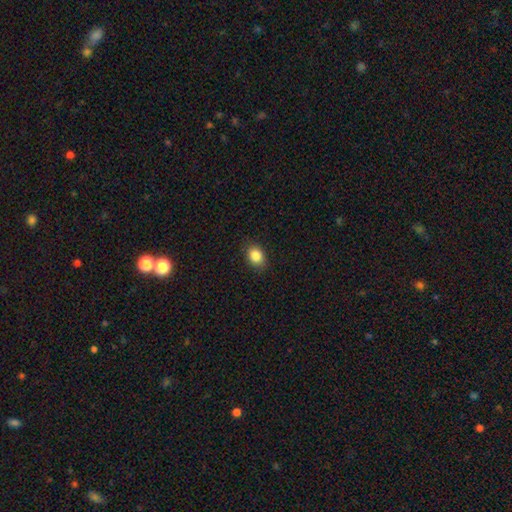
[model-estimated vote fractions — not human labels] smooth-or-featured: smooth: 86% | star or artifact: 9% | featured or disk: 5%
  how-rounded: in between: 66% | round: 33% | cigar-shaped: 1%
  merging: none: 86% | minor disturbance: 10% | major disturbance: 2% | merger: 1%